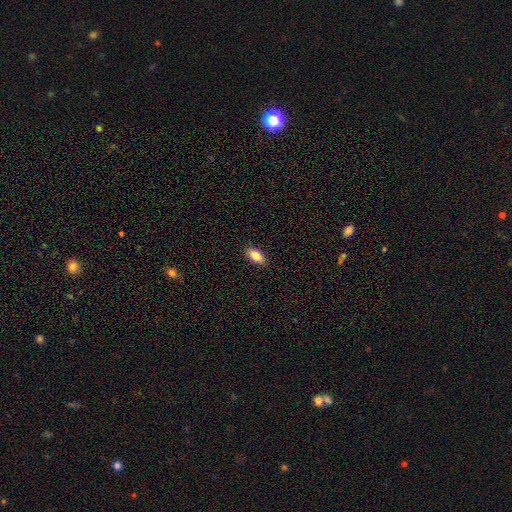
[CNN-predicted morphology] This appears to be a smooth galaxy with no disk features (85%) that is in between round and cigar-shaped (91%). Merging: none (88%).